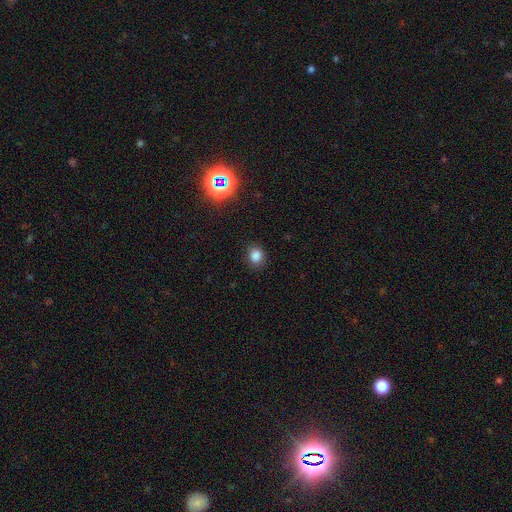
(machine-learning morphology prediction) type=smooth (81%); roundness=round (67%); merging=none (83%).